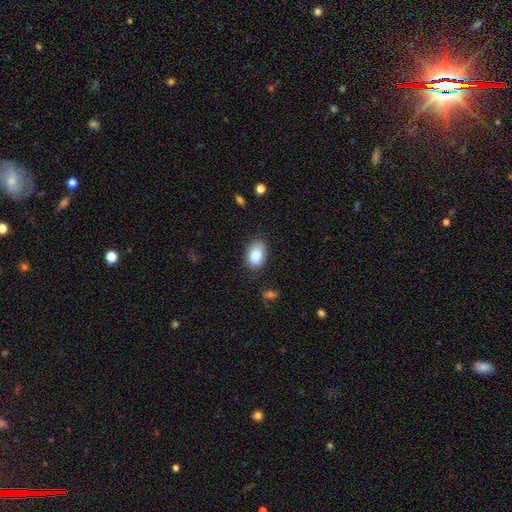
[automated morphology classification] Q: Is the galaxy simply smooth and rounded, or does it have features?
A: smooth — 83%.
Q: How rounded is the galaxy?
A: in between — 87%.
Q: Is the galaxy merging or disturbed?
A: none — 82%.